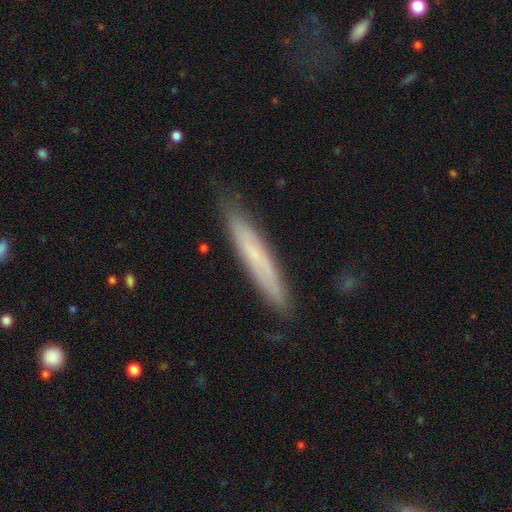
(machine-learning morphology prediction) Smooth or featured?
  - smooth: 59% *
  - featured or disk: 34%
  - star or artifact: 7%
How rounded?
  - cigar-shaped: 94% *
  - in between: 5%
  - round: 1%
Merging?
  - none: 85% *
  - minor disturbance: 12%
  - major disturbance: 2%
  - merger: 1%